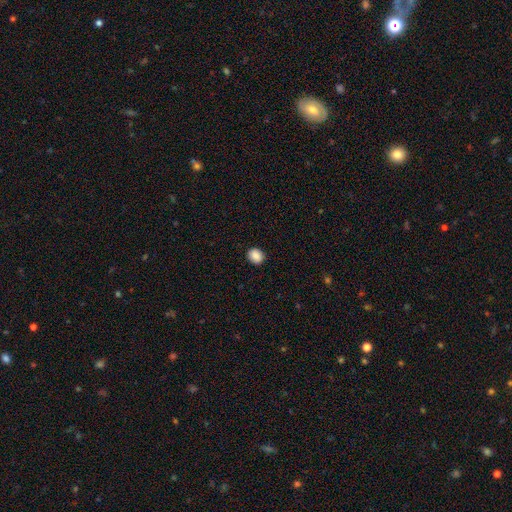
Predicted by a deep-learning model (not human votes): smooth-or-featured: smooth: 88% | star or artifact: 8% | featured or disk: 4%
  how-rounded: round: 68% | in between: 31% | cigar-shaped: 1%
  merging: none: 91% | minor disturbance: 7% | major disturbance: 2% | merger: 1%